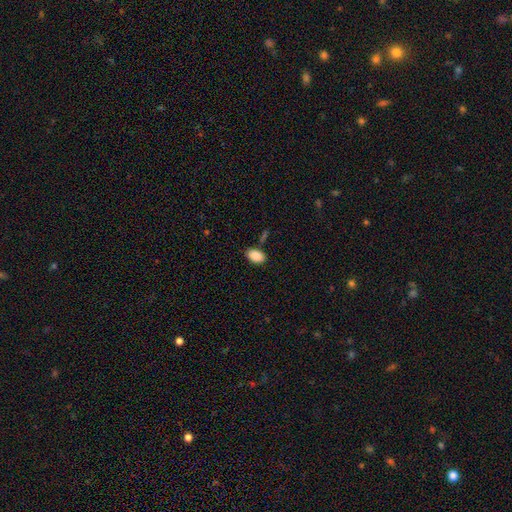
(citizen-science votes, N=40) Volunteers were most divided on "merging": none: 72%, minor disturbance: 23%, major disturbance: 5%, merger: 0%. More confident: smooth or featured — smooth (92%); how rounded — in between (89%).